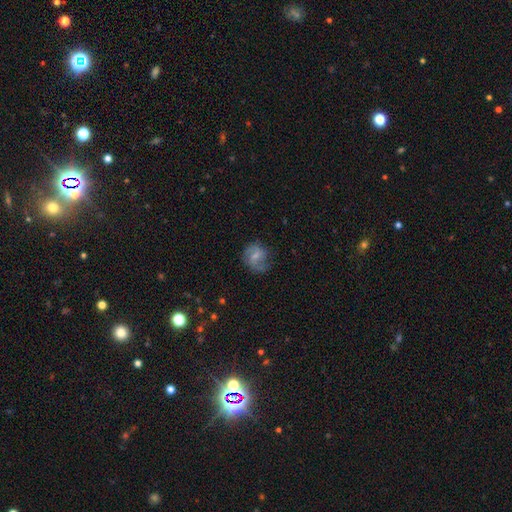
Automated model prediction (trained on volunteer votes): This is possibly a featured or disk galaxy (58%). It is clearly not viewed edge-on (98%). Bar: possibly weak (56%). Spiral arm pattern: clearly yes (86%). Central bulge: possibly small (47%). Merging: likely none (62%).